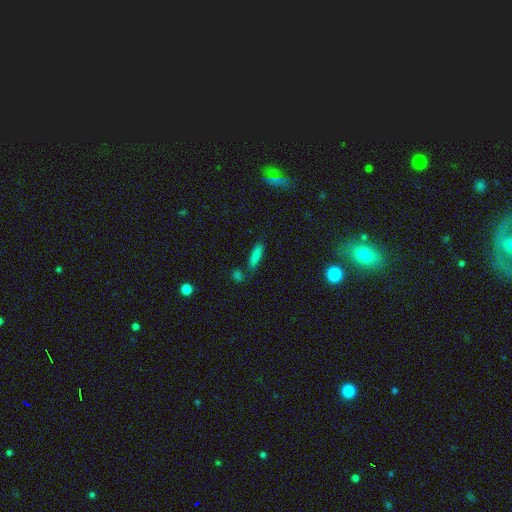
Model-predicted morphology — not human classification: Smooth or featured? smooth (78%)
How rounded? cigar-shaped (70%)
Merging? none (73%)